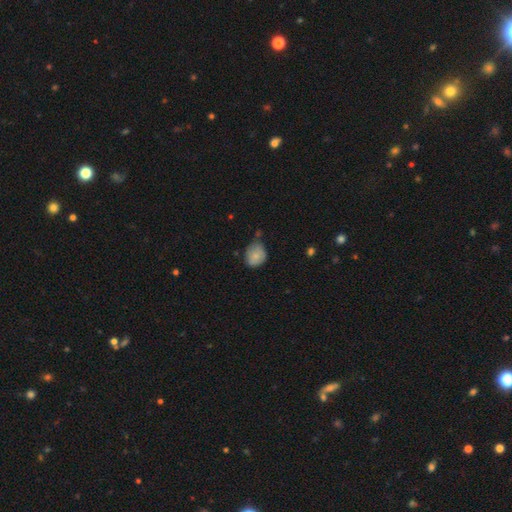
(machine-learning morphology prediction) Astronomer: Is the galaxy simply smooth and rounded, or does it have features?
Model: smooth — 79%.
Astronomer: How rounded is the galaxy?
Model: round — 61% (runner-up: in between, 38%).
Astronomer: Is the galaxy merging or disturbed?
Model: none — 52% (runner-up: minor disturbance, 37%).